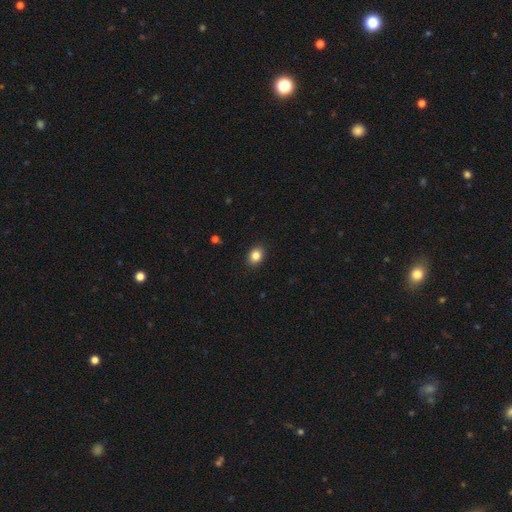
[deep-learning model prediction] Morphology: type=smooth (85%); roundness=in between (57%); merging=none (90%).